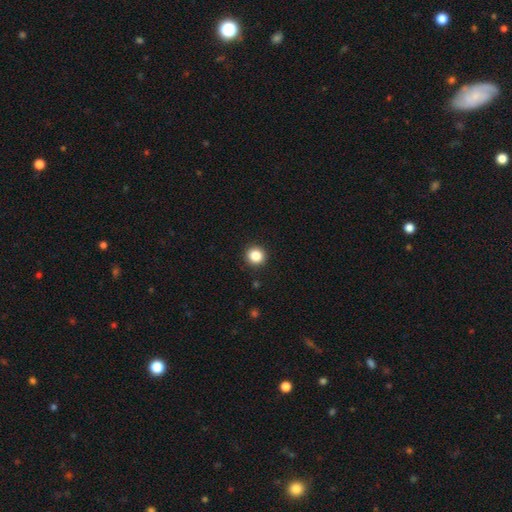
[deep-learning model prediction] The model was most divided on "smooth or featured": smooth: 86%, star or artifact: 10%, featured or disk: 4%. More confident: how rounded — round (93%); merging — none (93%).